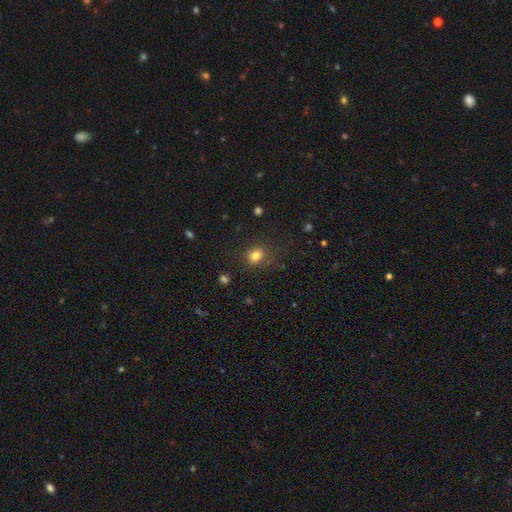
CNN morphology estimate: The model was most divided on "how rounded": round: 64%, in between: 35%, cigar-shaped: 1%. More confident: merging — none (81%); smooth or featured — smooth (79%).